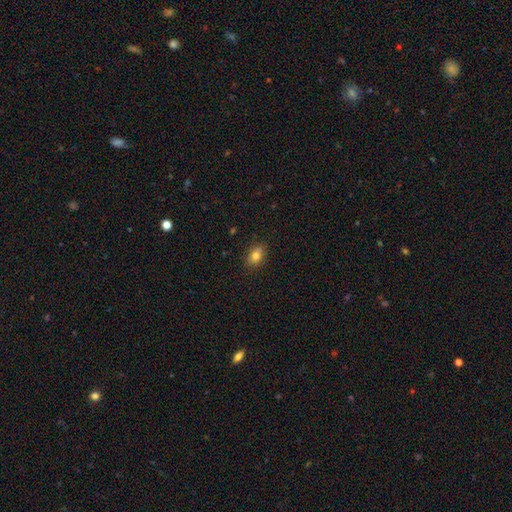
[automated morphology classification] Smooth or featured?
  - smooth: 80% *
  - featured or disk: 10%
  - star or artifact: 10%
How rounded?
  - in between: 77% *
  - round: 21%
  - cigar-shaped: 2%
Merging?
  - none: 85% *
  - minor disturbance: 12%
  - major disturbance: 2%
  - merger: 1%